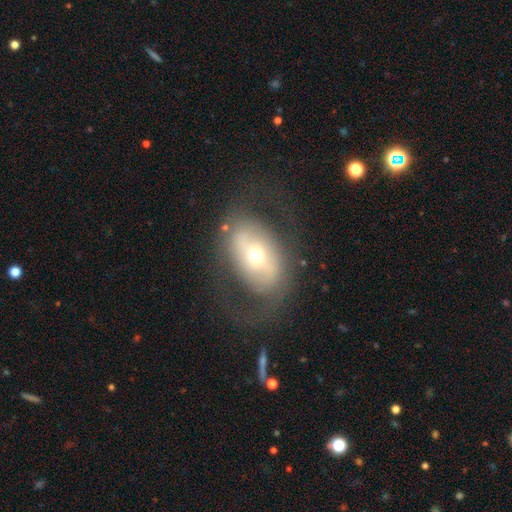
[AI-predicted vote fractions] Smooth or featured: featured or disk — 59% (smooth — 32%)
Edge-on disk: no — 92% (yes — 8%)
Bar: no — 50% (weak — 26%)
Spiral arms: no — 51% (yes — 49%)
Bulge size: moderate — 49% (small — 43%)
Merging: none — 64% (major disturbance — 18%)